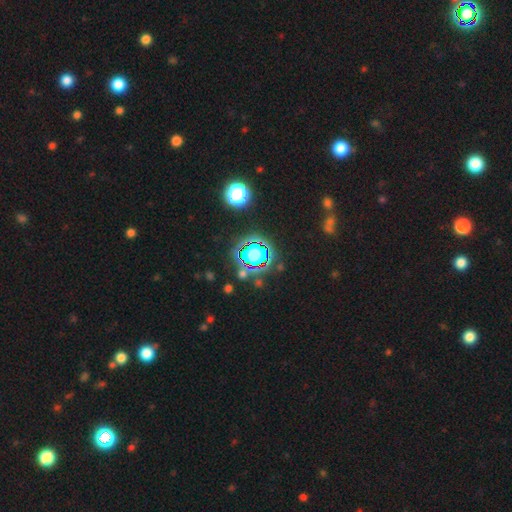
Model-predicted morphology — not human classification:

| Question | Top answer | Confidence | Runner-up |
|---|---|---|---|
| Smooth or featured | star or artifact | 64% | smooth (24%) |